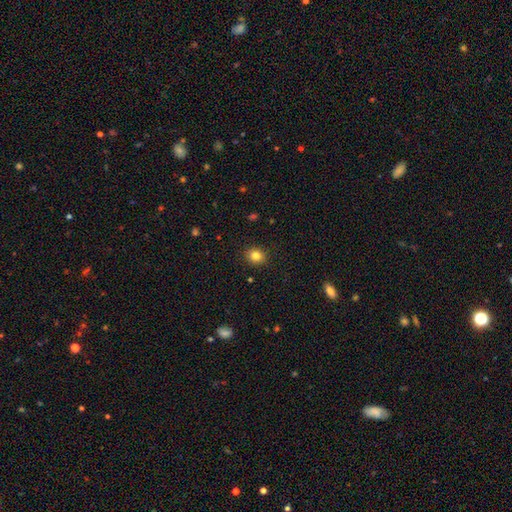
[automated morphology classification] Smooth or featured?
  - smooth: 83% *
  - star or artifact: 11%
  - featured or disk: 6%
How rounded?
  - round: 71% *
  - in between: 28%
  - cigar-shaped: 1%
Merging?
  - none: 90% *
  - minor disturbance: 7%
  - major disturbance: 2%
  - merger: 1%